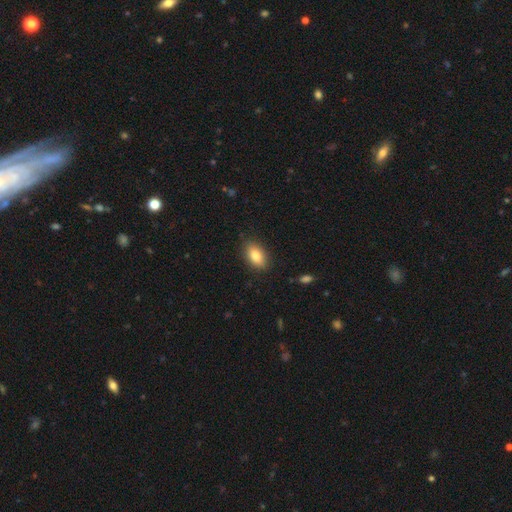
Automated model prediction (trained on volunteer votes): smooth 84%, featured or disk 8%, star or artifact 7%. Down the decision tree: how rounded — in between (91%); merging — none (87%).